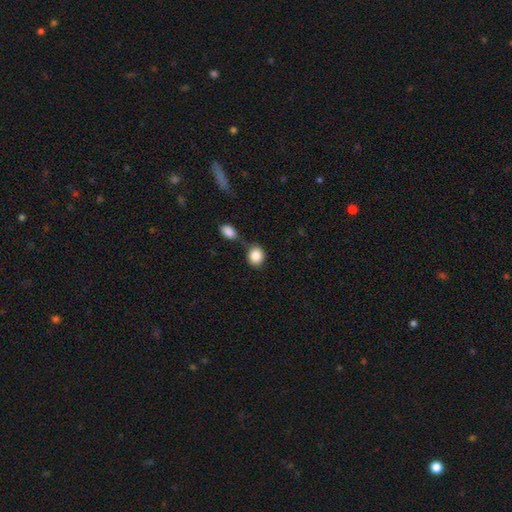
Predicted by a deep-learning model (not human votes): smooth 86%, star or artifact 8%, featured or disk 5%. Down the decision tree: how rounded — round (67%); merging — none (63%).